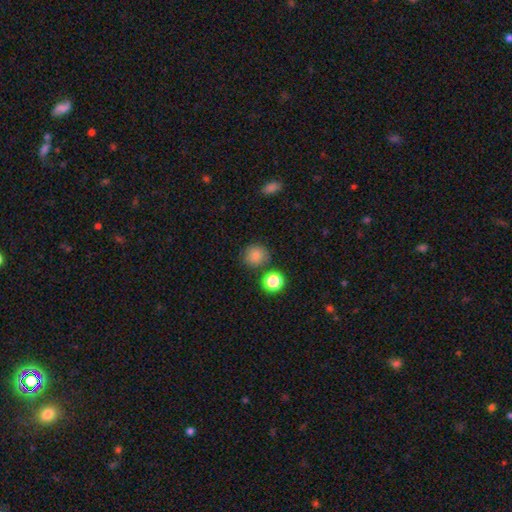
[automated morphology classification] Smooth or featured? smooth (82%)
How rounded? round (87%)
Merging? none (81%)